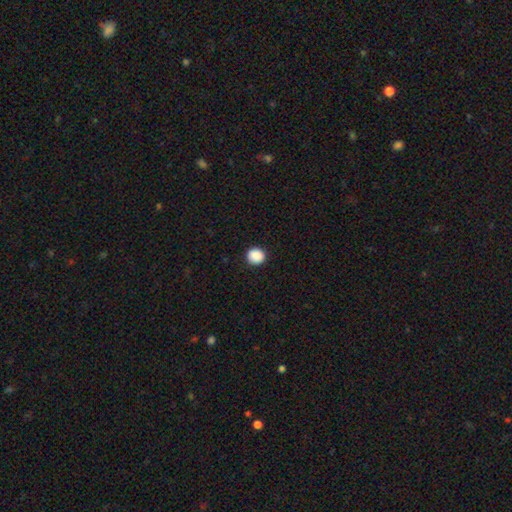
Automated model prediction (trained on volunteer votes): Smooth or featured? Predicted: smooth (p=0.89). How rounded? Predicted: round (p=0.91). Merging? Predicted: none (p=0.92).